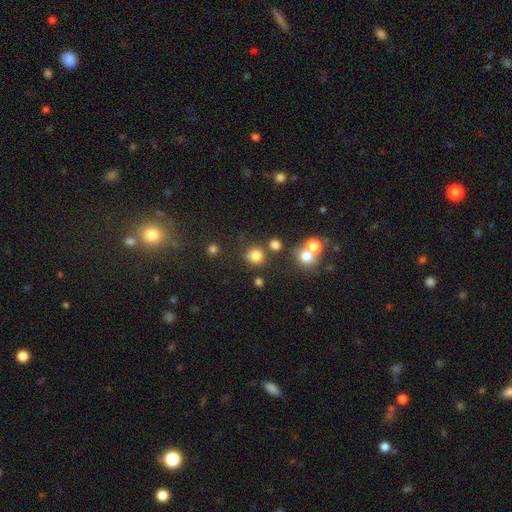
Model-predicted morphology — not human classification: This is likely a smooth galaxy (79%). How rounded: clearly round (90%). Merging: likely none (79%).